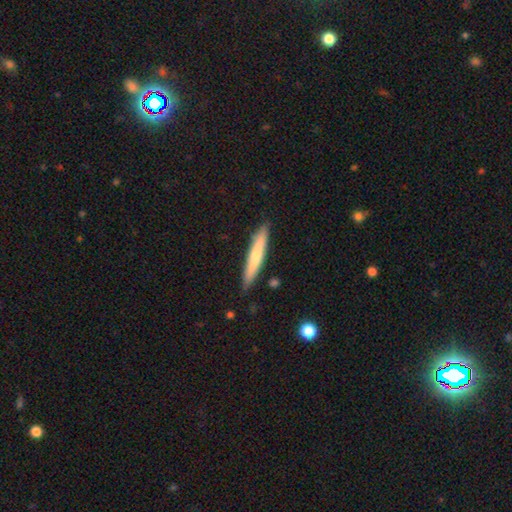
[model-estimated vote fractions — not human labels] Q: Smooth or featured?
A: smooth (49%); runner-up: featured or disk (43%)
Q: Merging?
A: none (88%); runner-up: minor disturbance (9%)